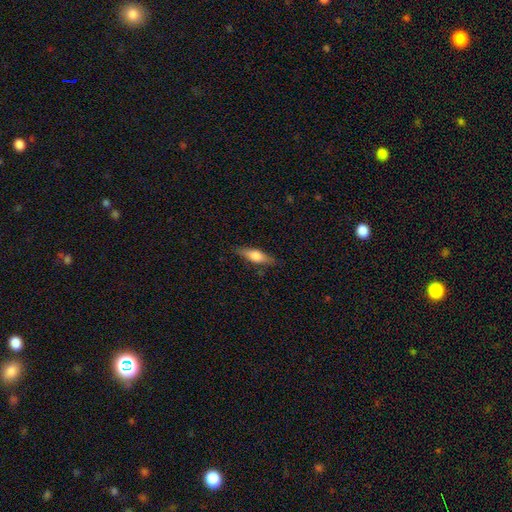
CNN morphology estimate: Smooth or featured: smooth — 58% (featured or disk — 36%)
How rounded: cigar-shaped — 51% (in between — 46%)
Merging: none — 82% (minor disturbance — 14%)